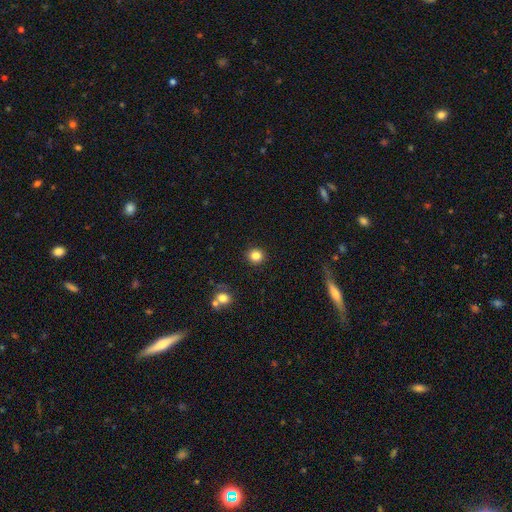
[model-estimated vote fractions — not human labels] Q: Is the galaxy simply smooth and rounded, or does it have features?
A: smooth — 84%.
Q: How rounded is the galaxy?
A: round — 92%.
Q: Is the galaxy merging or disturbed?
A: none — 92%.